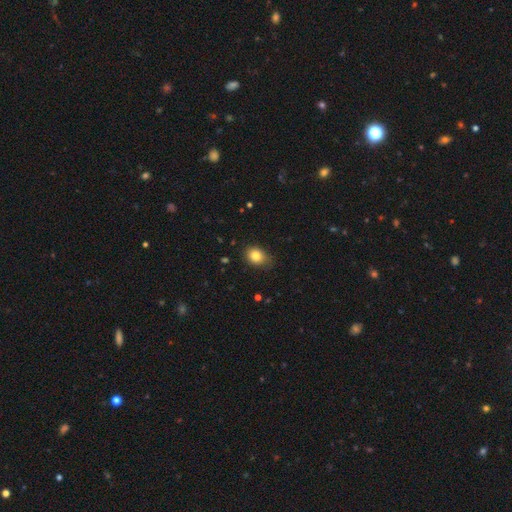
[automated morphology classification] Overall: smooth (82%). How rounded: in between (56%; round 43%). Merging: none (76%).